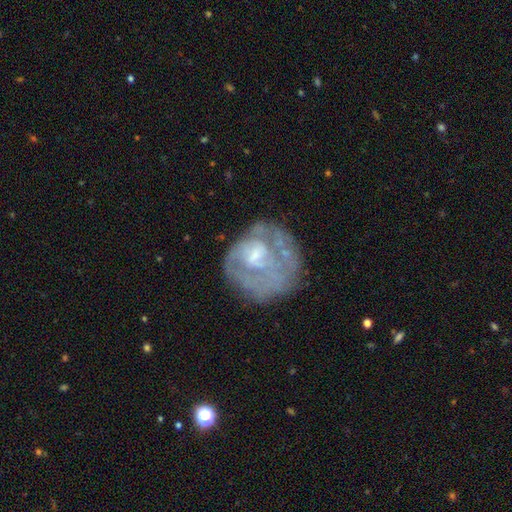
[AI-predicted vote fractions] Smooth or featured?
  - featured or disk: 61% *
  - smooth: 30%
  - star or artifact: 9%
Edge-on disk?
  - no: 98% *
  - yes: 2%
Bar?
  - no: 64% *
  - weak: 29%
  - strong: 7%
Spiral arms?
  - no: 63% *
  - yes: 37%
Bulge size?
  - small: 35% *
  - moderate: 32%
  - none: 27%
  - large: 5%
  - dominant: 1%
Merging?
  - none: 49% *
  - major disturbance: 26%
  - minor disturbance: 21%
  - merger: 5%